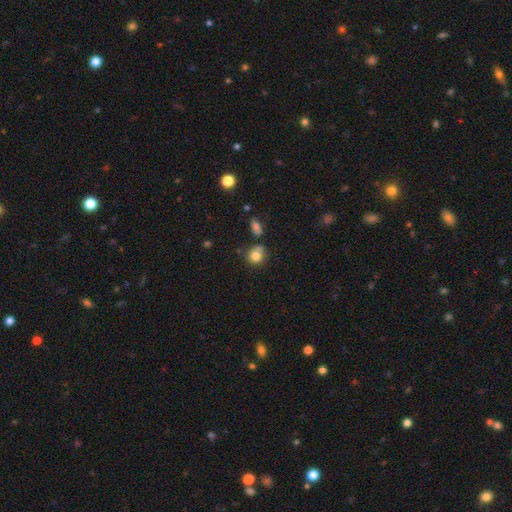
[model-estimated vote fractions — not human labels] This appears to be a smooth galaxy with no disk features (80%) that is round (77%). Merging: none (54%).